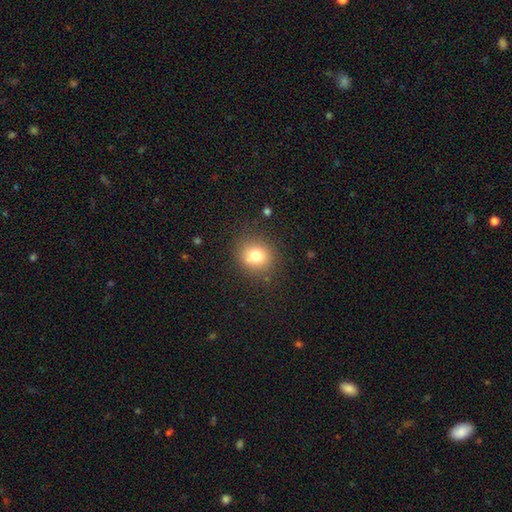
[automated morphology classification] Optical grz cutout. It shows a smooth galaxy with no disk features (76%) that is round (86%). Merging: none (85%).